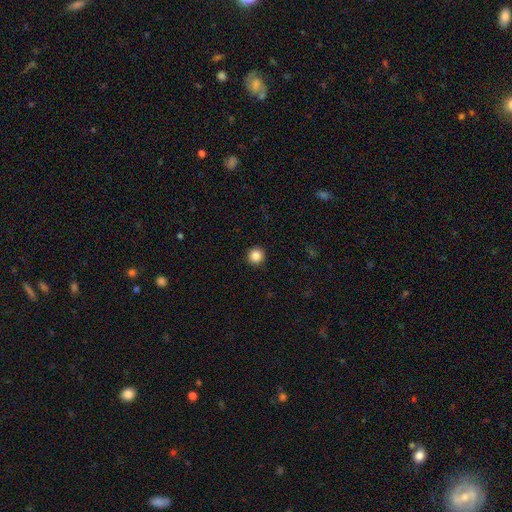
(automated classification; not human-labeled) smooth 86%, star or artifact 10%, featured or disk 4%. Down the decision tree: how rounded — round (95%); merging — none (93%).